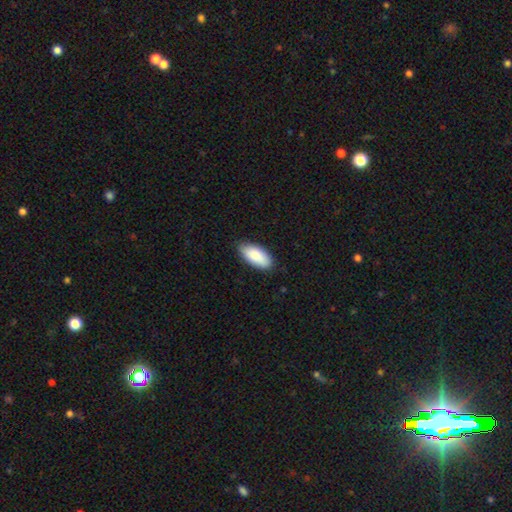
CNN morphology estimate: Smooth or featured: smooth — 87% (featured or disk — 7%)
How rounded: in between — 91% (cigar-shaped — 7%)
Merging: none — 85% (minor disturbance — 13%)